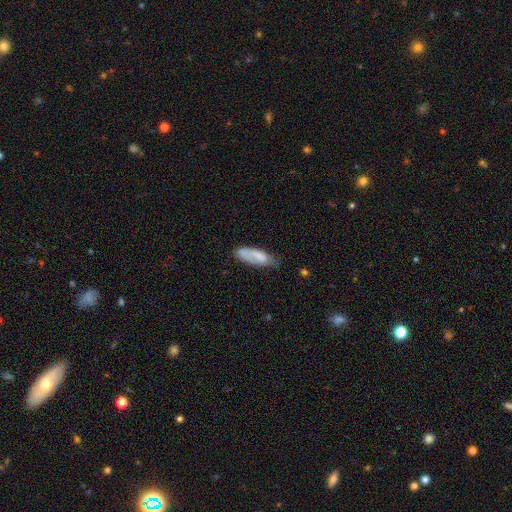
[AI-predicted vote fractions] smooth_or_featured: smooth (p=0.63) [alt: featured or disk p=0.30]
how_rounded: in between (p=0.60) [alt: cigar-shaped p=0.38]
merging: none (p=0.48) [alt: minor disturbance p=0.33]